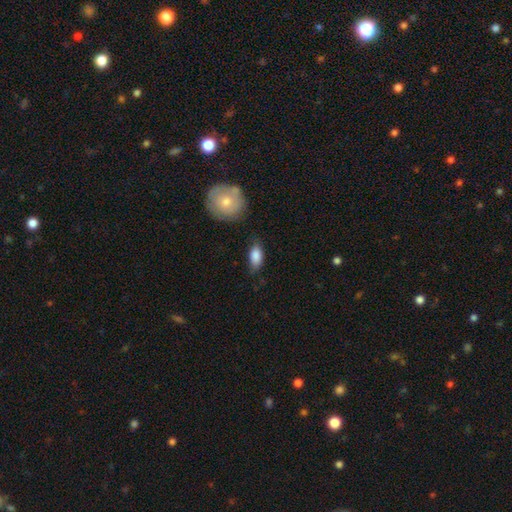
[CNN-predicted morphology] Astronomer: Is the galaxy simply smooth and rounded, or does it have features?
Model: smooth — 86%.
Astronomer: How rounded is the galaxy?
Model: in between — 89%.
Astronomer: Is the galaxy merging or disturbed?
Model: none — 72%.